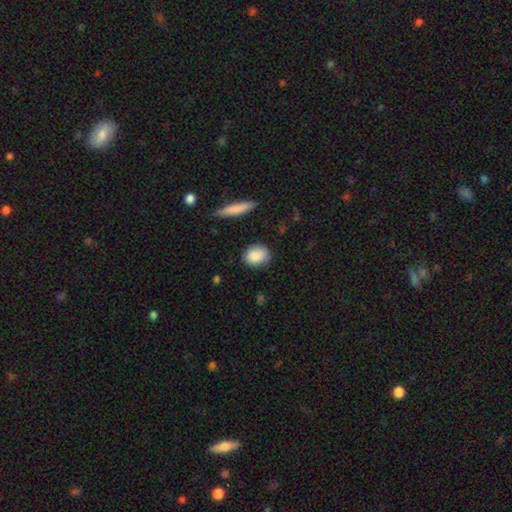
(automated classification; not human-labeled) Overall: smooth (88%). How rounded: in between (51%; round 46%). Merging: none (80%).